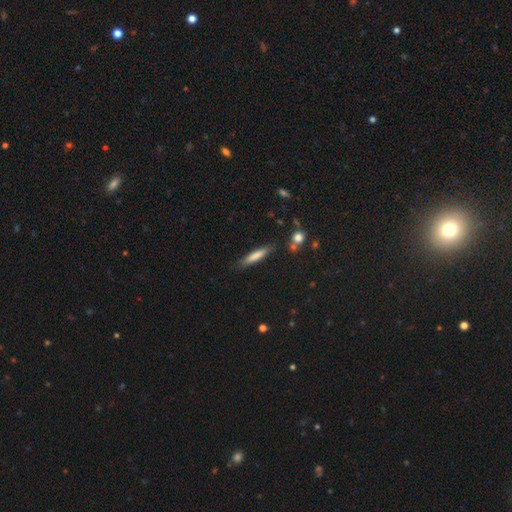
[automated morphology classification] This appears to be a smooth galaxy with no disk features (73%) that is cigar-shaped (87%). Merging: none (82%).